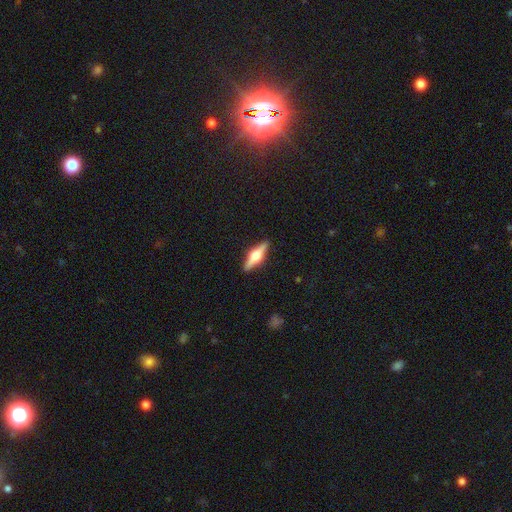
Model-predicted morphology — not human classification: smooth-or-featured: featured or disk: 70% | smooth: 24% | star or artifact: 6%
  disk-edge-on: yes: 97% | no: 3%
    edge-on-bulge: rounded: 93% | boxy: 5% | none: 1%
  merging: none: 90% | minor disturbance: 7% | major disturbance: 2% | merger: 1%